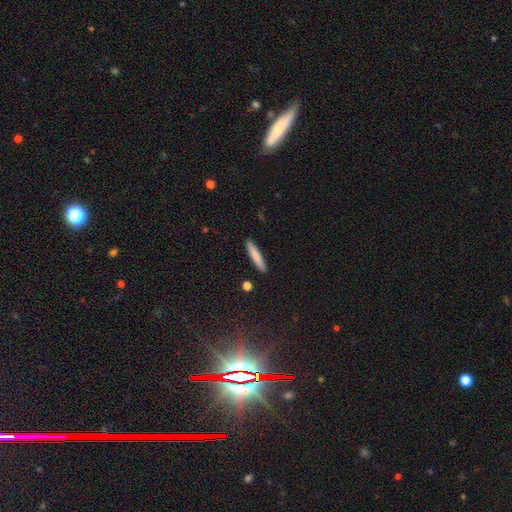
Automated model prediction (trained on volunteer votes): Smooth or featured? smooth (80%)
How rounded? cigar-shaped (93%)
Merging? none (91%)